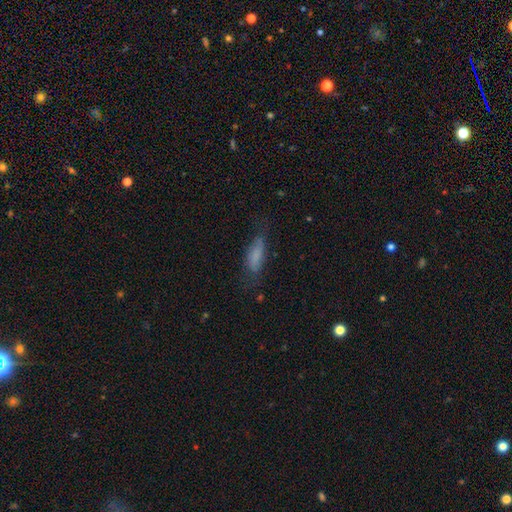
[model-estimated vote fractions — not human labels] Smooth or featured? Predicted: smooth (p=0.68). How rounded? Predicted: in between (p=0.59). Merging? Predicted: none (p=0.56).